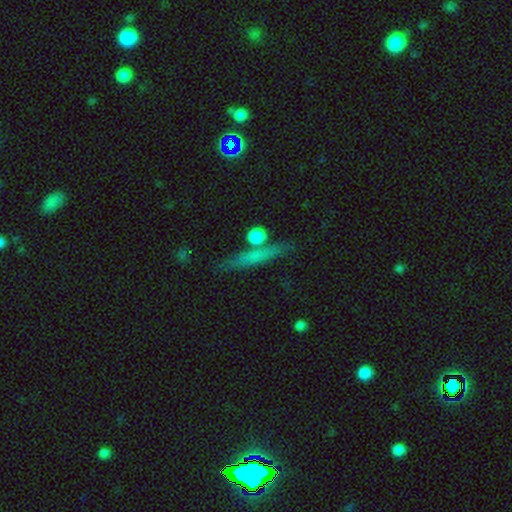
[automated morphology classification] This appears to be a smooth galaxy with no disk features (55%) that is cigar-shaped (82%). Merging: none (78%).